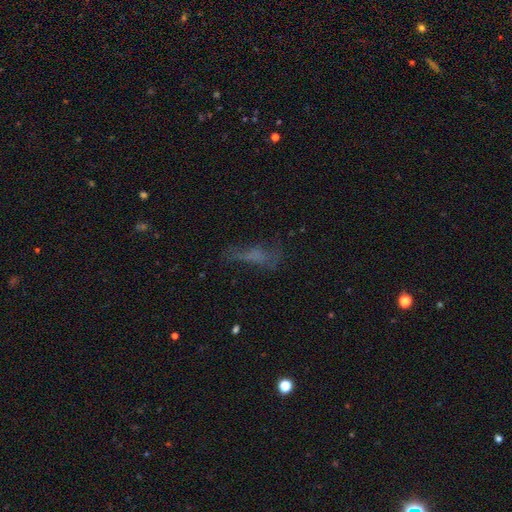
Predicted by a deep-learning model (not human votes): Smooth or featured? smooth (46%)
Merging? none (46%)